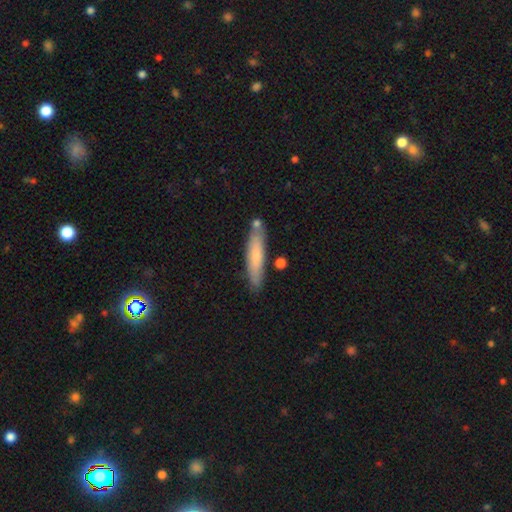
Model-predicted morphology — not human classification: This appears to be a smooth galaxy with no disk features (72%) that is cigar-shaped (85%). Merging: none (78%).